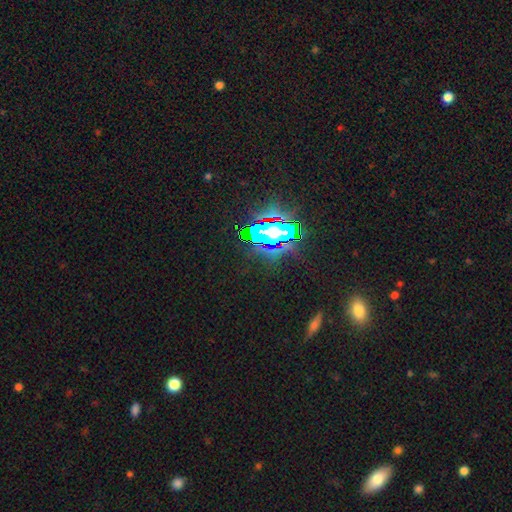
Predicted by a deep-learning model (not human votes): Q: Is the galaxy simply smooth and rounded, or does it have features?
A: star or artifact — 81%.